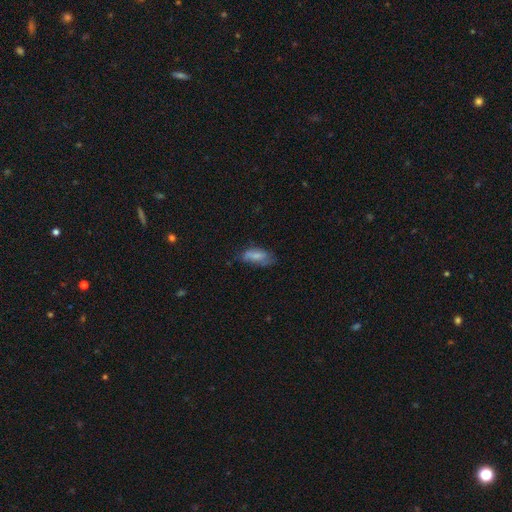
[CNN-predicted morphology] This appears to be a smooth galaxy with no disk features (72%) that is in between round and cigar-shaped (79%). Merging: none (54%).